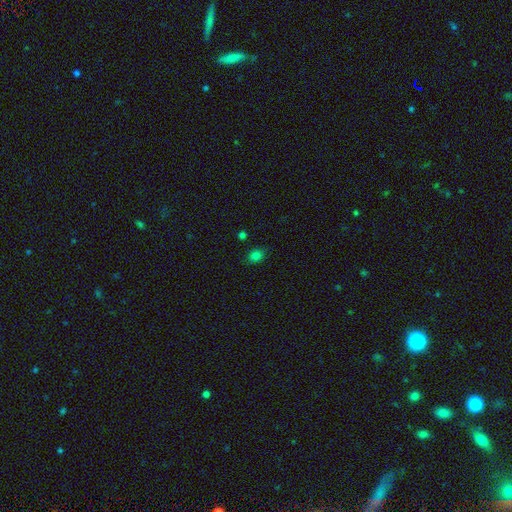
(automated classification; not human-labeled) Smooth or featured? smooth (79%)
How rounded? in between (54%)
Merging? none (82%)